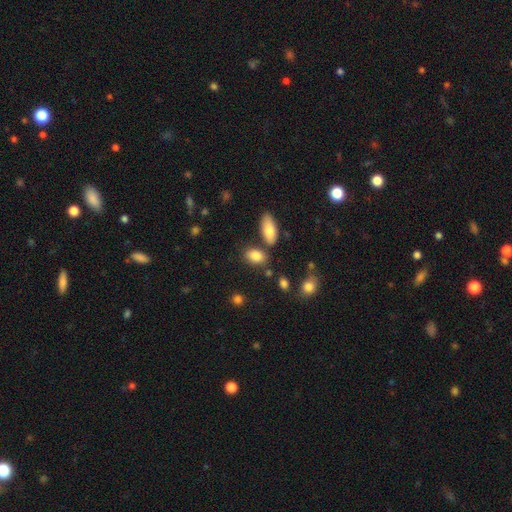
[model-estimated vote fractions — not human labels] Morphology: type=smooth (85%); roundness=in between (87%); merging=none (68%).